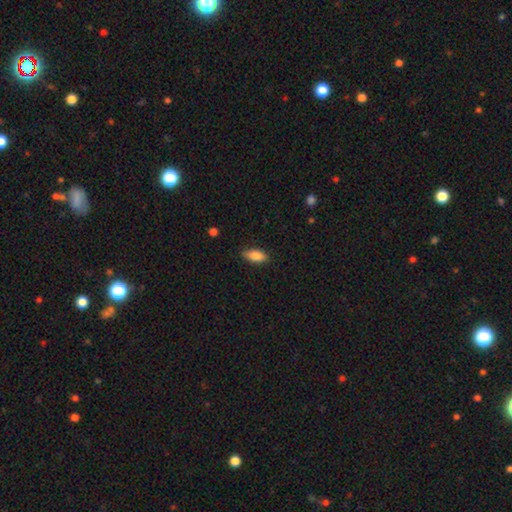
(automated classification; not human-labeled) Morphology: type=smooth (86%); roundness=in between (86%); merging=none (85%).